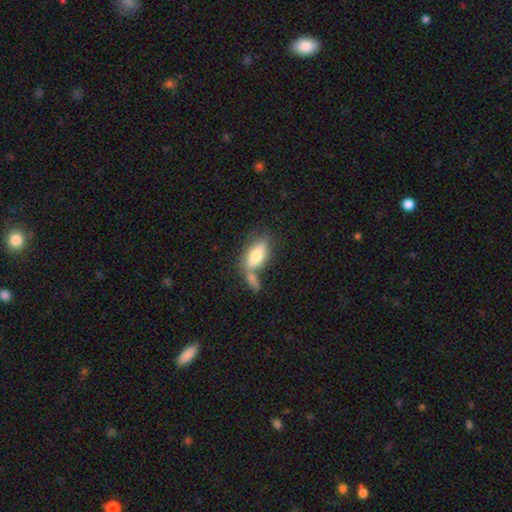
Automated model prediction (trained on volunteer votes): Smooth or featured? Predicted: smooth (p=0.68). How rounded? Predicted: in between (p=0.81). Merging? Predicted: merger (p=0.40).